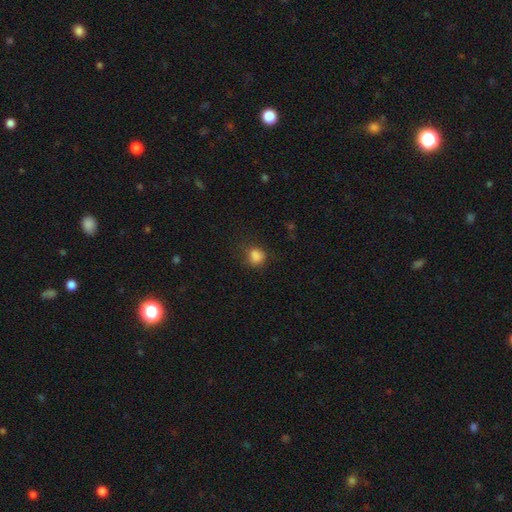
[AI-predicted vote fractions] Overall: smooth (83%). How rounded: round (66%; in between 33%). Merging: none (64%).